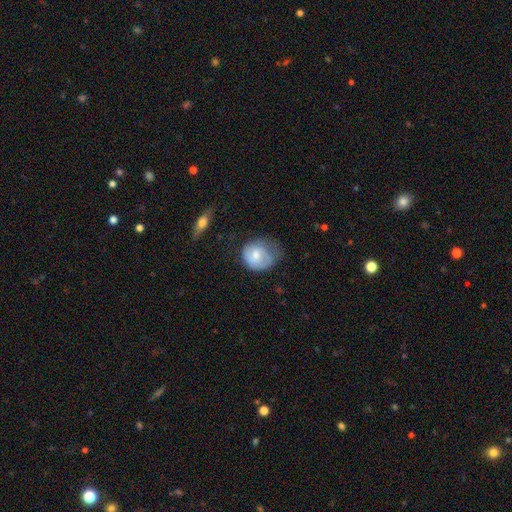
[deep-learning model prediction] Morphology: type=smooth (58%); roundness=round (68%); merging=none (43%).